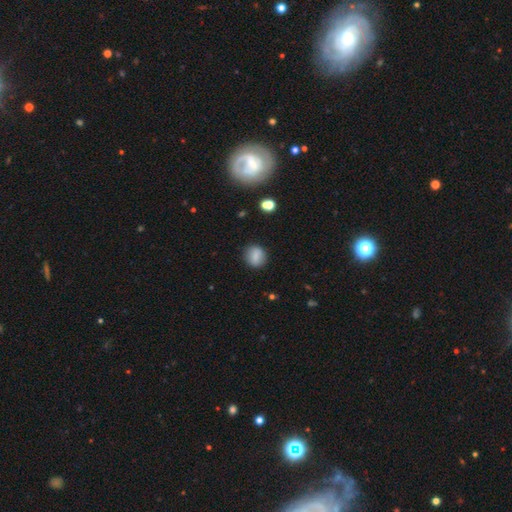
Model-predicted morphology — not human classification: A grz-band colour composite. It shows a smooth galaxy with no disk features (79%) that is round (67%). Merging: none (86%).